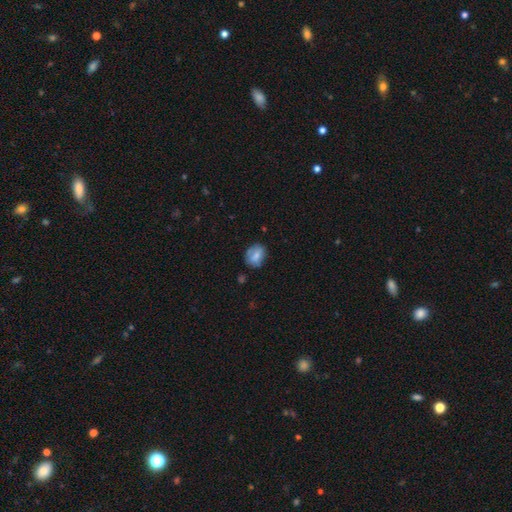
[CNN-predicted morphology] type=smooth (71%); roundness=in between (64%); merging=none (65%).